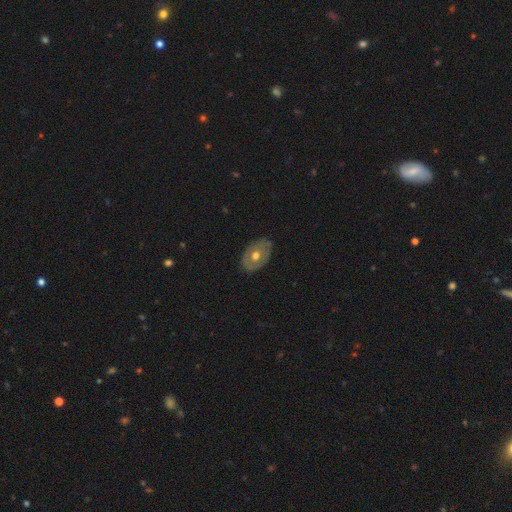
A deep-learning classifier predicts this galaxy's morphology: This appears to be a featured or disk galaxy (48%). Merging: none (74%).